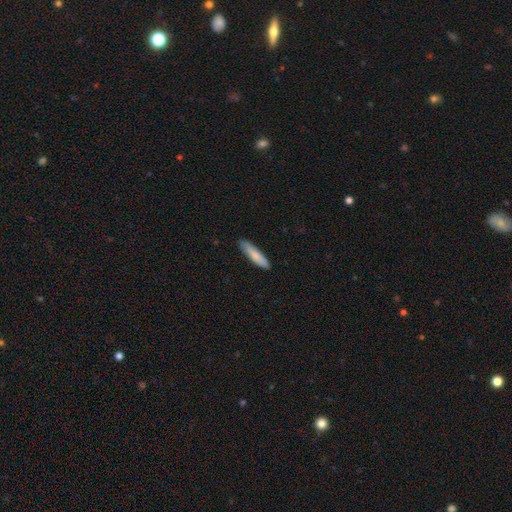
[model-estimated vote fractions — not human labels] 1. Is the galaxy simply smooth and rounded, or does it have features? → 82% smooth, 13% featured or disk, 5% star or artifact.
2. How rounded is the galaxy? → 78% cigar-shaped, 21% in between, 1% round.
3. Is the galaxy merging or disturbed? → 86% none, 11% minor disturbance, 2% major disturbance, 1% merger.